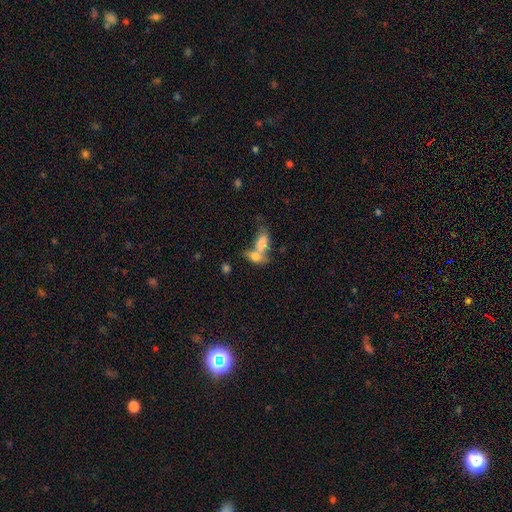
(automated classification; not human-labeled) smooth_or_featured: smooth (p=0.53) [alt: featured or disk p=0.26]
how_rounded: in between (p=0.66) [alt: round p=0.21]
merging: merger (p=0.64) [alt: none p=0.22]